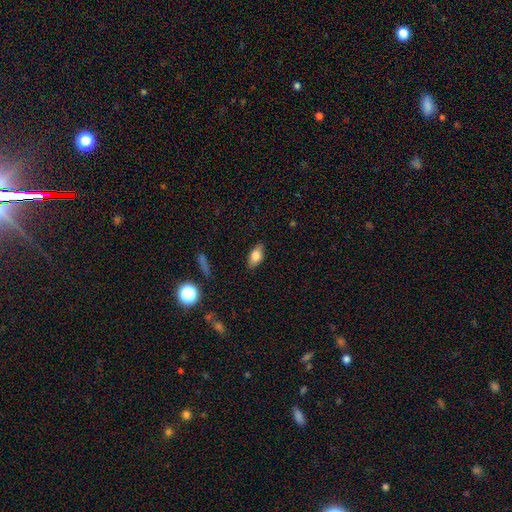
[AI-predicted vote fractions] This appears to be a smooth galaxy with no disk features (74%) that is in between round and cigar-shaped (86%). Merging: none (85%).